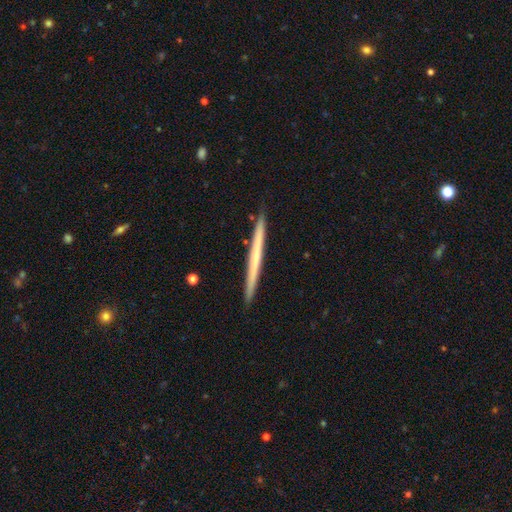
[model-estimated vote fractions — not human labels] Smooth or featured: featured or disk — 49% (smooth — 46%)
Merging: none — 92% (minor disturbance — 6%)